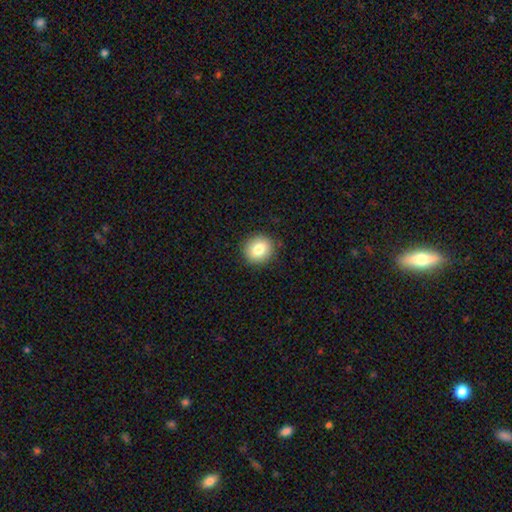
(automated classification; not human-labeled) A smooth galaxy with no disk features (80%) that is round (88%). Merging: none (92%).